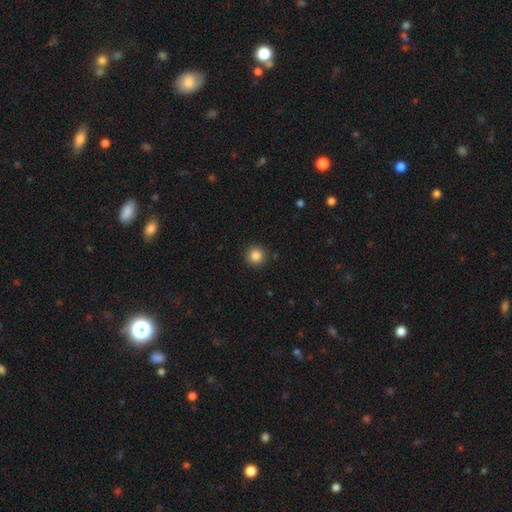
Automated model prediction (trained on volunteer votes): This appears to be a smooth galaxy with no disk features (86%) that is round (95%). Merging: none (91%).